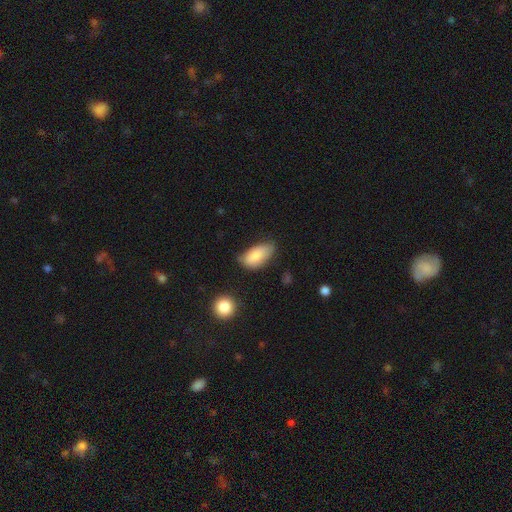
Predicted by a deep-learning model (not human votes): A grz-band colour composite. It shows a smooth galaxy with no disk features (81%) that is in between round and cigar-shaped (93%). Merging: none (50%).